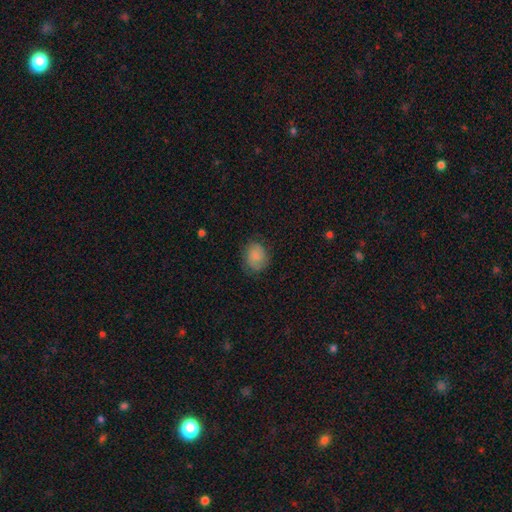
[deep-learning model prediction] smooth-or-featured: smooth: 71% | featured or disk: 21% | star or artifact: 8%
  how-rounded: round: 60% | in between: 39% | cigar-shaped: 1%
  merging: none: 70% | minor disturbance: 21% | major disturbance: 7% | merger: 1%